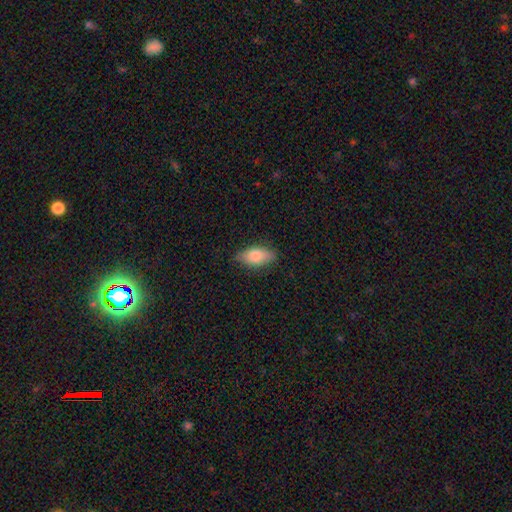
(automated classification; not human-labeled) Smooth or featured?
  - smooth: 80% *
  - featured or disk: 13%
  - star or artifact: 7%
How rounded?
  - in between: 87% *
  - cigar-shaped: 9%
  - round: 4%
Merging?
  - none: 77% *
  - minor disturbance: 18%
  - major disturbance: 4%
  - merger: 1%